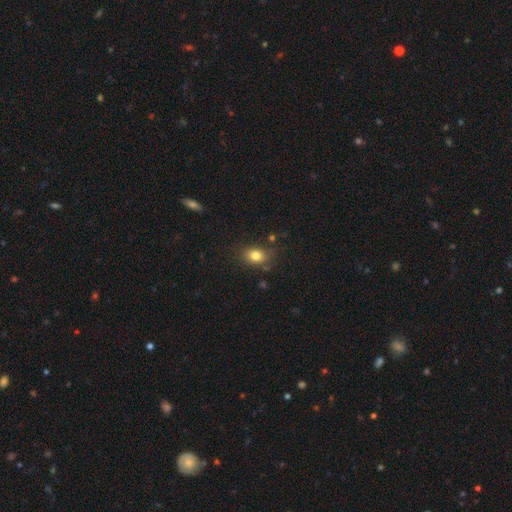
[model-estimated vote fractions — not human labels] Smooth or featured? smooth (81%)
How rounded? in between (62%)
Merging? none (76%)